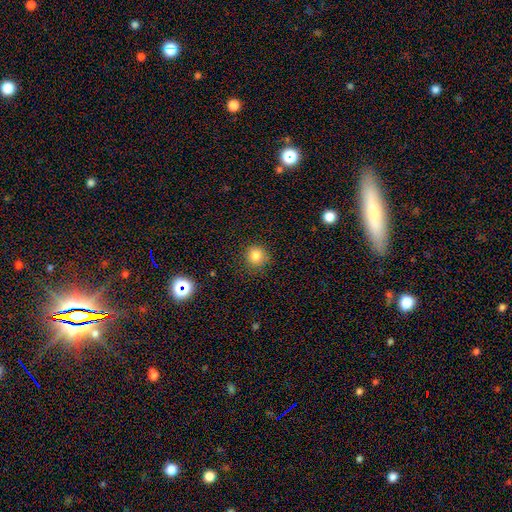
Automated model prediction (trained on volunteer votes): smooth-or-featured: smooth: 82% | star or artifact: 13% | featured or disk: 6%
  how-rounded: round: 93% | in between: 6% | cigar-shaped: 1%
  merging: none: 88% | minor disturbance: 8% | major disturbance: 2% | merger: 1%